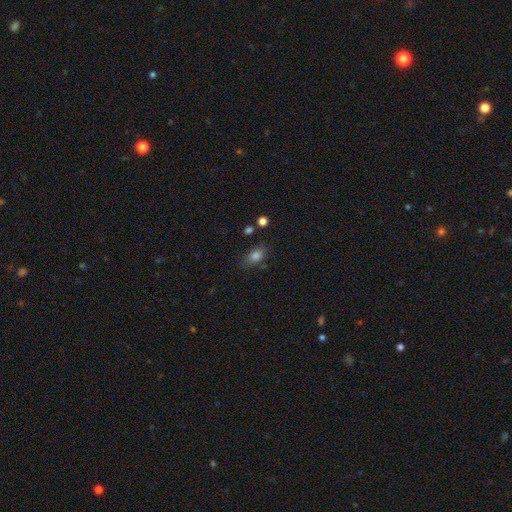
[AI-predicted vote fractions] smooth-or-featured: smooth: 81% | star or artifact: 10% | featured or disk: 8%
  how-rounded: in between: 83% | round: 13% | cigar-shaped: 4%
  merging: none: 76% | minor disturbance: 16% | major disturbance: 4% | merger: 4%